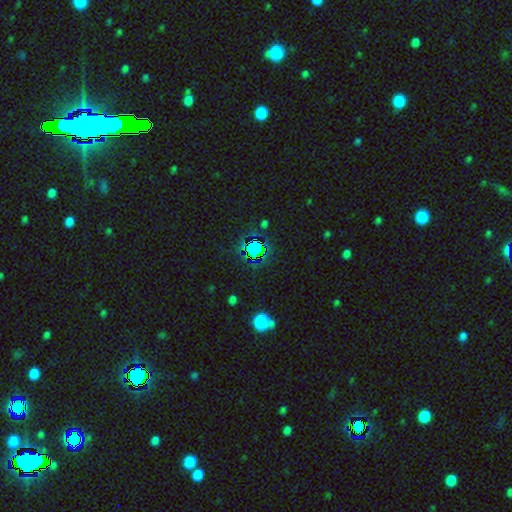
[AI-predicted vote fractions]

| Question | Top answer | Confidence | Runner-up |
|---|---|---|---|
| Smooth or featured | star or artifact | 69% | smooth (21%) |